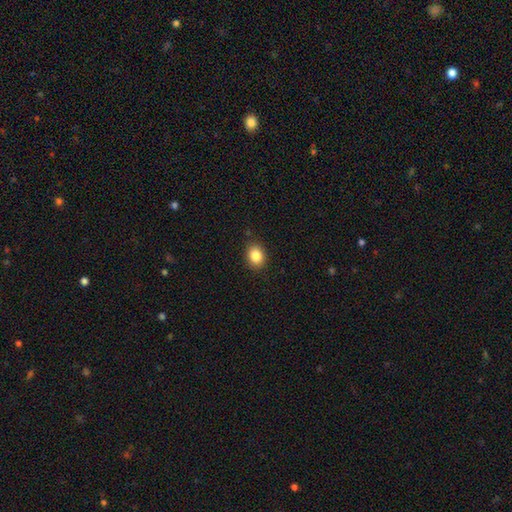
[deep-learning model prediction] A smooth galaxy with no disk features (85%) that is in between round and cigar-shaped (54%). Merging: none (88%).